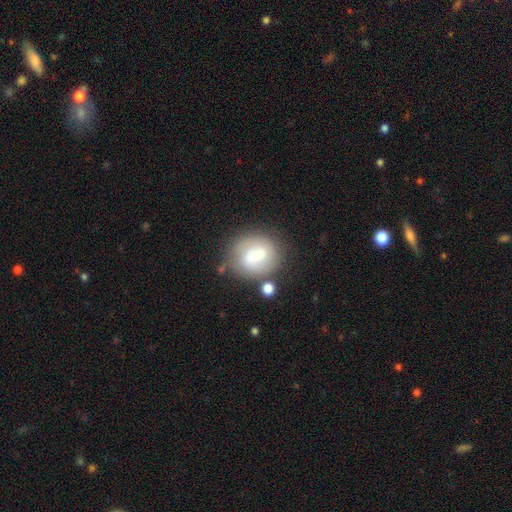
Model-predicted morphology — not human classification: A featured or disk galaxy (46%, tied with smooth). Merging: none (63%).